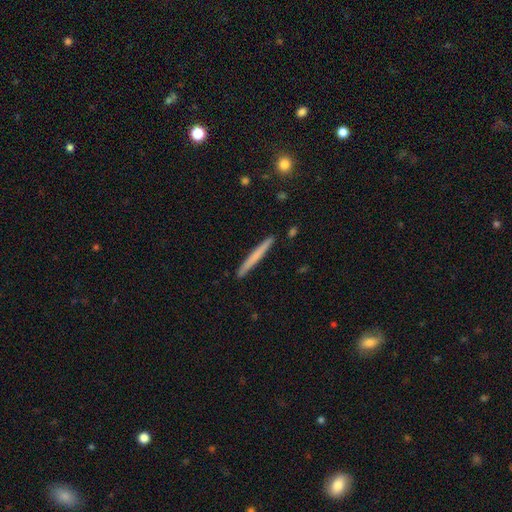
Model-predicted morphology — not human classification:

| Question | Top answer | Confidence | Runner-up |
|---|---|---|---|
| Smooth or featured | smooth | 62% | featured or disk (33%) |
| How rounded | cigar-shaped | 97% | in between (2%) |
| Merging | none | 92% | minor disturbance (5%) |